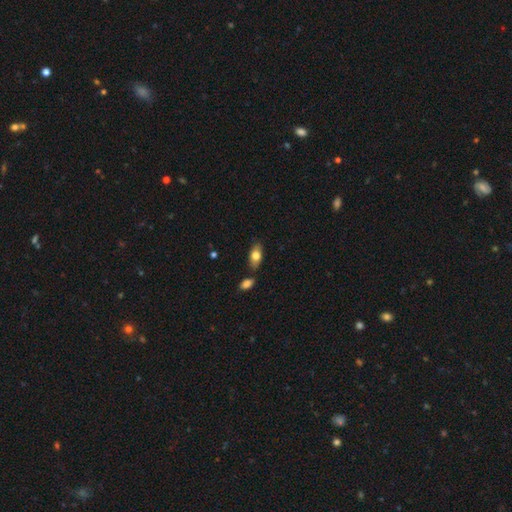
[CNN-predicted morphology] This is likely a smooth galaxy (76%). How rounded: clearly in between (88%). Merging: likely none (75%).